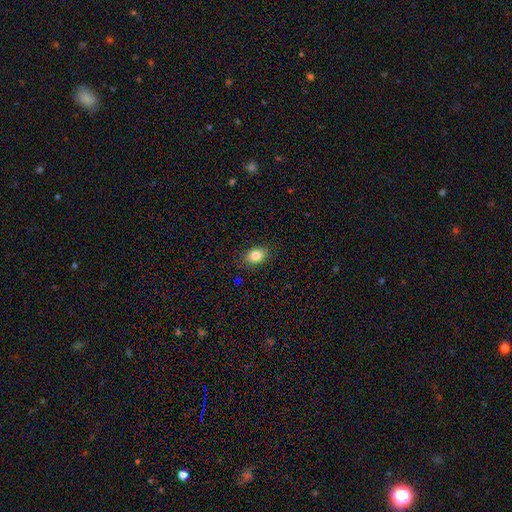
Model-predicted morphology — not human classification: This appears to be a smooth galaxy with no disk features (83%) that is in between round and cigar-shaped (69%). Merging: none (85%).